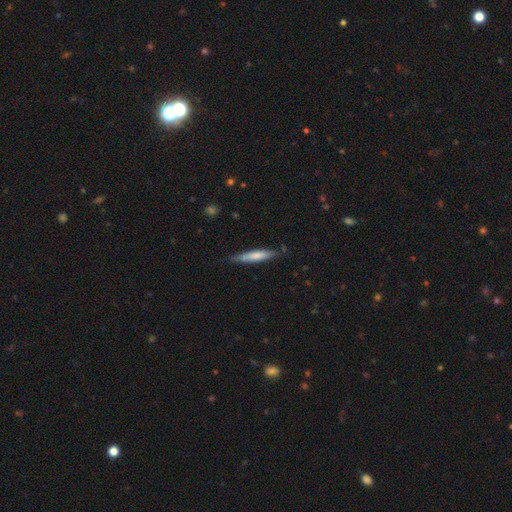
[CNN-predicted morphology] smooth-or-featured: smooth: 66% | featured or disk: 29% | star or artifact: 5%
  how-rounded: cigar-shaped: 91% | in between: 7% | round: 1%
  merging: none: 81% | minor disturbance: 15% | major disturbance: 2% | merger: 2%